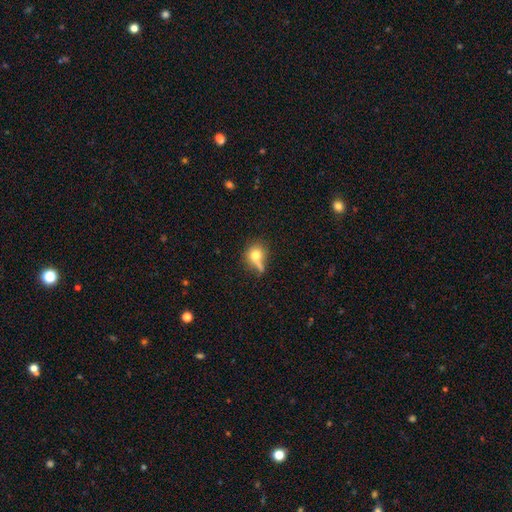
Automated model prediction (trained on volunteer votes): The model was most divided on "merging": none: 40%, minor disturbance: 22%, merger: 21%, major disturbance: 17%. More confident: smooth or featured — smooth (73%); how rounded — round (71%).